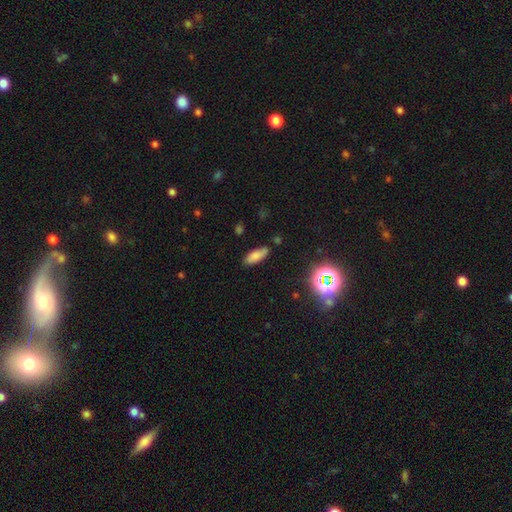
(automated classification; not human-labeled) smooth 77%, star or artifact 13%, featured or disk 10%. Down the decision tree: how rounded — in between (76%); merging — none (78%).